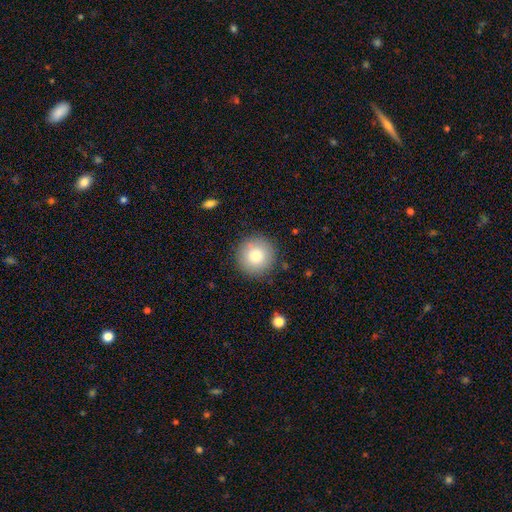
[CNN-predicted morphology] This appears to be a smooth galaxy with no disk features (81%) that is round (96%). Merging: none (89%).